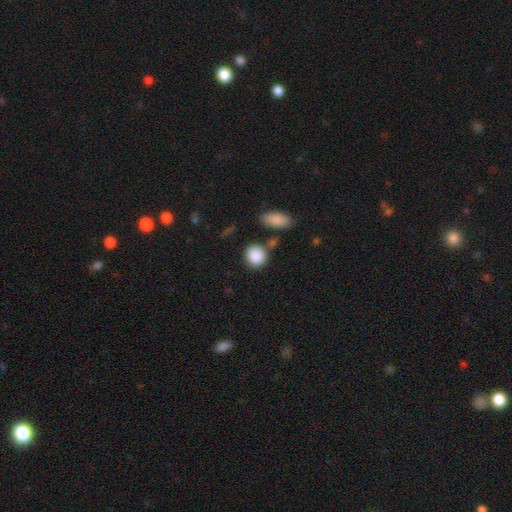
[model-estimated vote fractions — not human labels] smooth 89%, star or artifact 7%, featured or disk 4%. Down the decision tree: how rounded — round (76%); merging — none (73%).